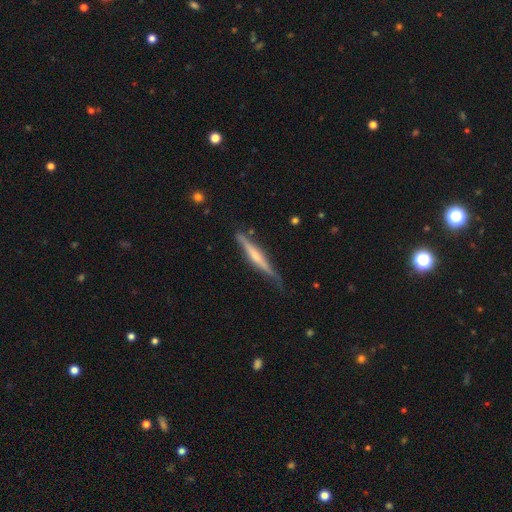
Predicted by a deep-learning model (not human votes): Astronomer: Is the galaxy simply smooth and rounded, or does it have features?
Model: featured or disk — 64%.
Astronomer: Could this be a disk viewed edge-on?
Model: yes — 97%.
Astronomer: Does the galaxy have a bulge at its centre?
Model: rounded — 58%.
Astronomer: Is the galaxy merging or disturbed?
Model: none — 73%.